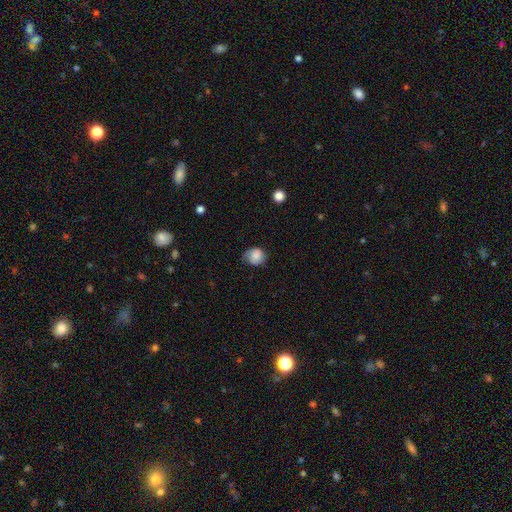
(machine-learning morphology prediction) smooth_or_featured: smooth (p=0.71) [alt: featured or disk p=0.21]
how_rounded: round (p=0.75) [alt: in between p=0.24]
merging: none (p=0.53) [alt: minor disturbance p=0.33]